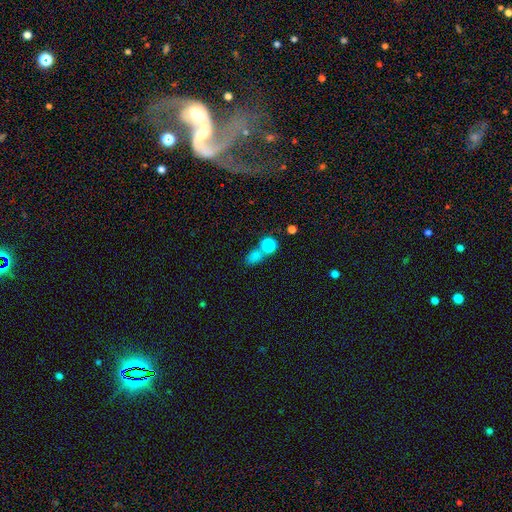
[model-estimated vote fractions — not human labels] The model was most divided on "merging": none: 43%, merger: 41%, minor disturbance: 10%, major disturbance: 6%. More confident: smooth or featured — smooth (74%); how rounded — in between (64%).